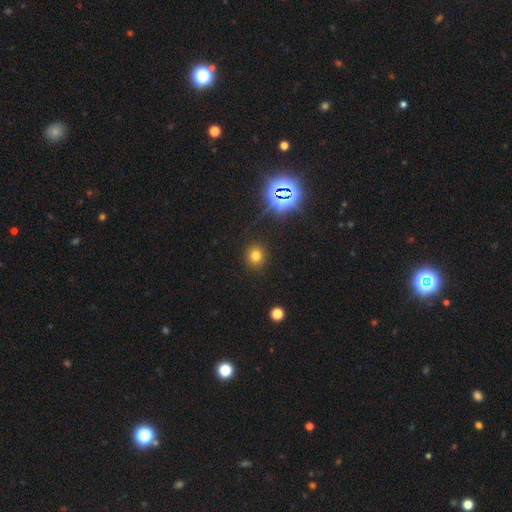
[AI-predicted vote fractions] This is likely a smooth galaxy (73%). How rounded: likely round (79%). Merging: clearly none (89%).